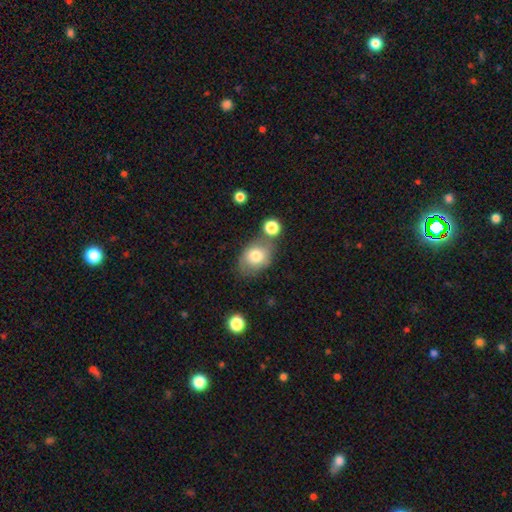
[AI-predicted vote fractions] Smooth or featured? smooth (76%)
How rounded? in between (64%)
Merging? none (56%)